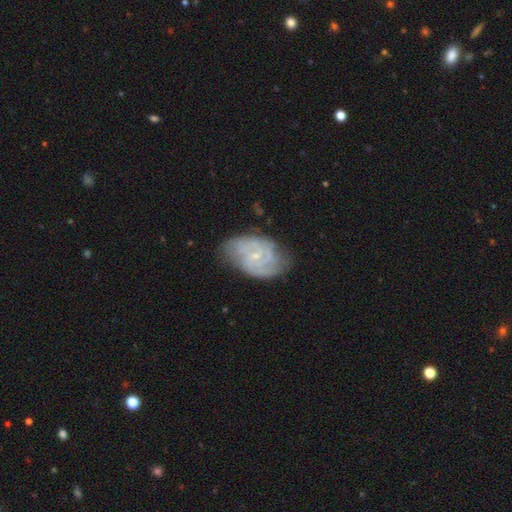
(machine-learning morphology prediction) This appears to be a featured or disk galaxy (83%) with no bar (57%), 2 (33%) tight (55%) spiral arms (96%) and a small central bulge (79%). Merging: none (69%).